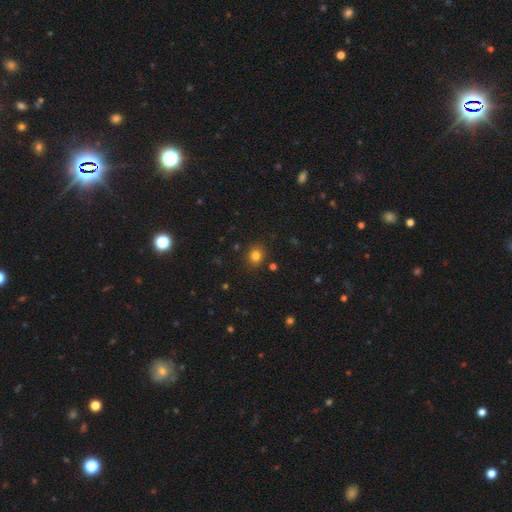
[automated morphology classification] type=smooth (80%); roundness=round (70%); merging=none (87%).